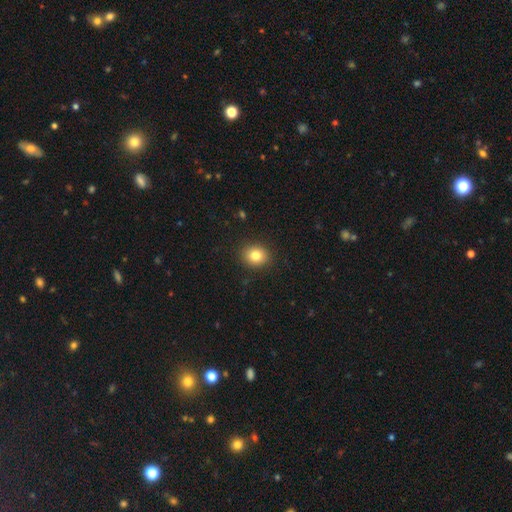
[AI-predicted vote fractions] Overall: smooth (82%). How rounded: round (68%; in between 31%). Merging: none (90%).